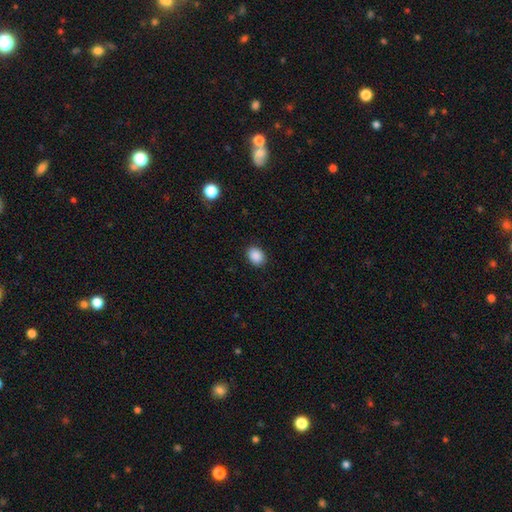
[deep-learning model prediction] Smooth or featured? Predicted: smooth (p=0.89). How rounded? Predicted: in between (p=0.60). Merging? Predicted: none (p=0.89).